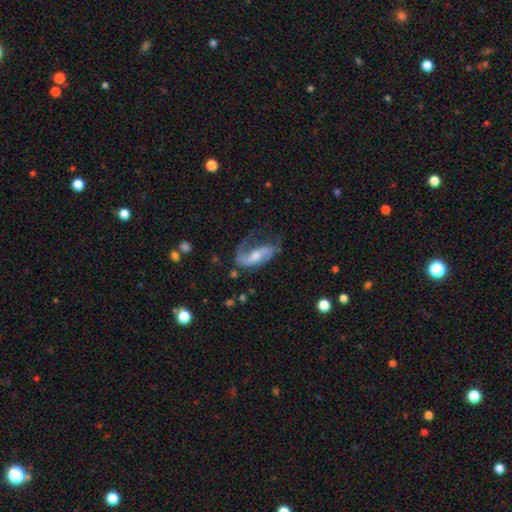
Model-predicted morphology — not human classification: This is likely a featured or disk galaxy (77%). It is clearly not viewed edge-on (94%). Bar: marginally weak (40%). Spiral arm pattern: clearly yes (92%). Spiral arm count: likely 2 (61%). Spiral winding: possibly loose (55%). Central bulge: possibly moderate (47%). Merging: marginally none (41%).